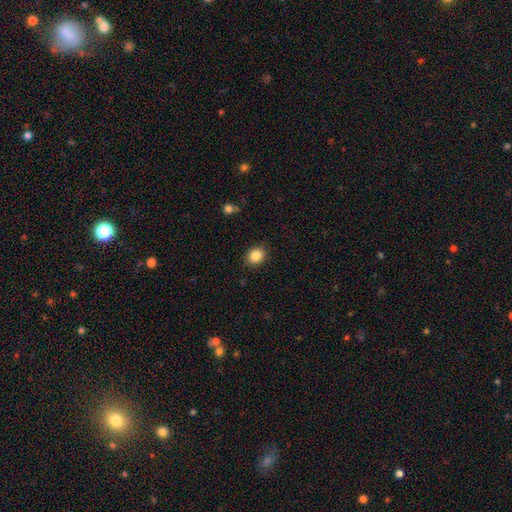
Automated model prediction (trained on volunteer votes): smooth 86%, star or artifact 9%, featured or disk 5%. Down the decision tree: how rounded — round (53%); merging — none (88%).